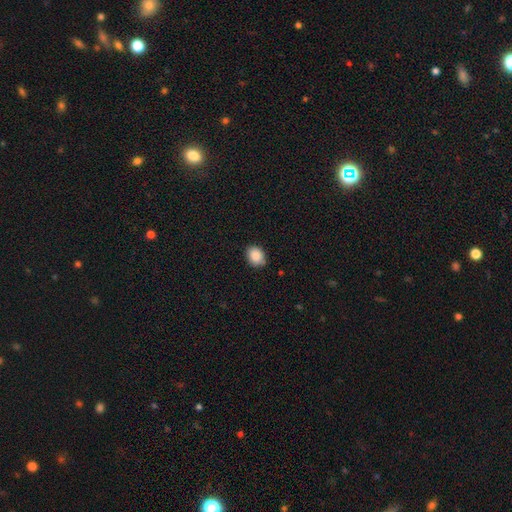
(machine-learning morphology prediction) This appears to be a smooth galaxy with no disk features (88%) that is in between round and cigar-shaped (51%). Merging: none (83%).